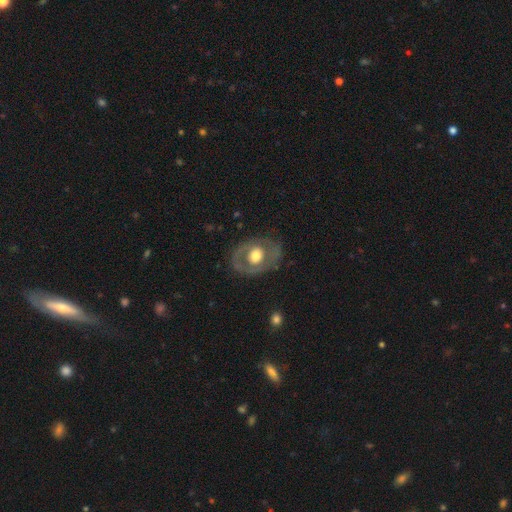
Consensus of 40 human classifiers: Morphology: type=featured or disk (55%); edge-on=no (86%); bar=no (84%); spiral arms=no (74%); bulge=large (47%, tied with moderate); merging=none (79%).